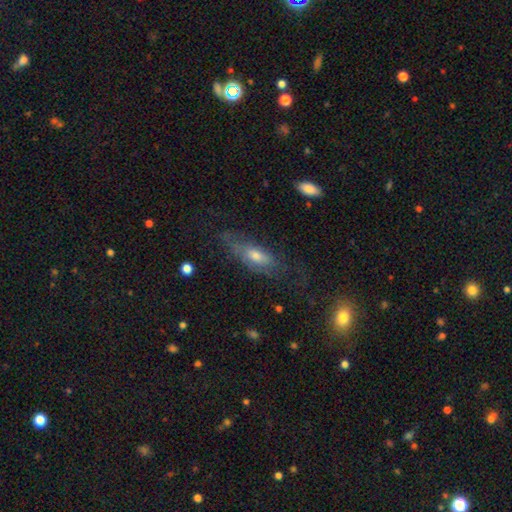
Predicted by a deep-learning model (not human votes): Overall: featured or disk (48%; smooth 43%). Merging: none (53%; minor disturbance 25%).